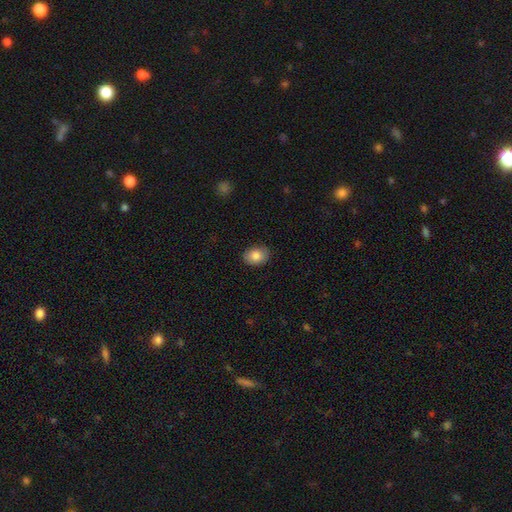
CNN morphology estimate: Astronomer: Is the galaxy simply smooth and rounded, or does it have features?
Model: smooth — 83%.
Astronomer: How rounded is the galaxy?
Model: in between — 73%.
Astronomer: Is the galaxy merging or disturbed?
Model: none — 87%.